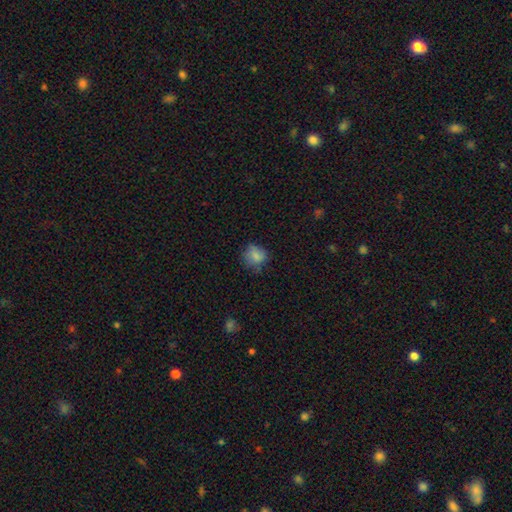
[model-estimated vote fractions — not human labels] smooth-or-featured: smooth: 77% | featured or disk: 12% | star or artifact: 11%
  how-rounded: round: 72% | in between: 27% | cigar-shaped: 1%
  merging: none: 63% | minor disturbance: 25% | major disturbance: 10% | merger: 2%